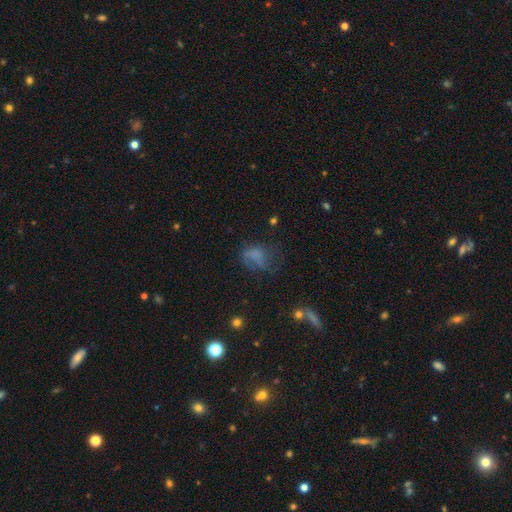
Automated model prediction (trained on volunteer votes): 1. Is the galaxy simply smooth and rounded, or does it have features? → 51% smooth, 29% featured or disk, 20% star or artifact.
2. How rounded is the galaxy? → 69% in between, 29% round, 2% cigar-shaped.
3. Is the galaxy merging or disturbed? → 40% major disturbance, 33% none, 23% minor disturbance, 4% merger.